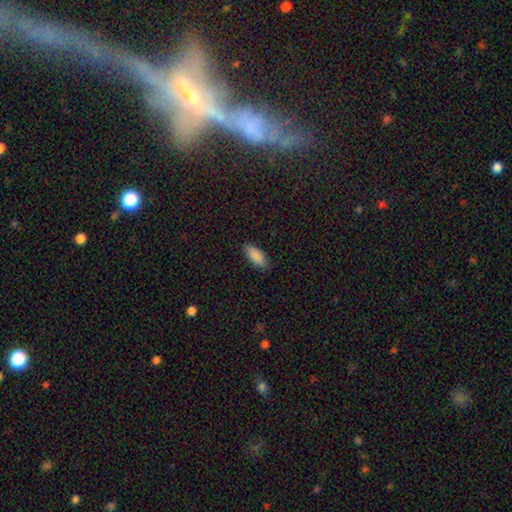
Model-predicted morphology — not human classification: Smooth or featured? smooth (90%)
How rounded? in between (86%)
Merging? none (85%)